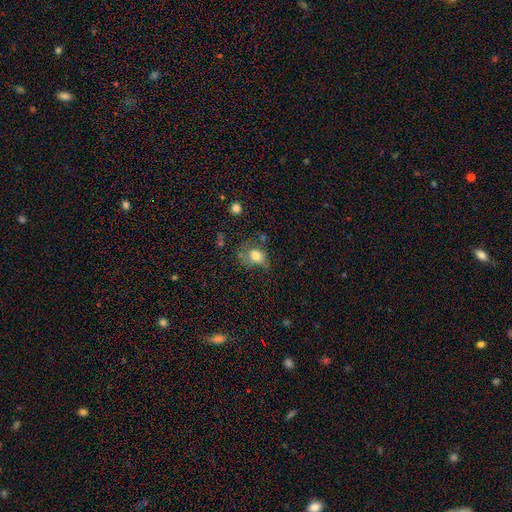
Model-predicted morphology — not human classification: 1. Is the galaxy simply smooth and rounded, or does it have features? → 71% smooth, 19% featured or disk, 10% star or artifact.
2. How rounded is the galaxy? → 54% in between, 45% round, 1% cigar-shaped.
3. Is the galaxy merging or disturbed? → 42% none, 30% minor disturbance, 22% major disturbance, 6% merger.